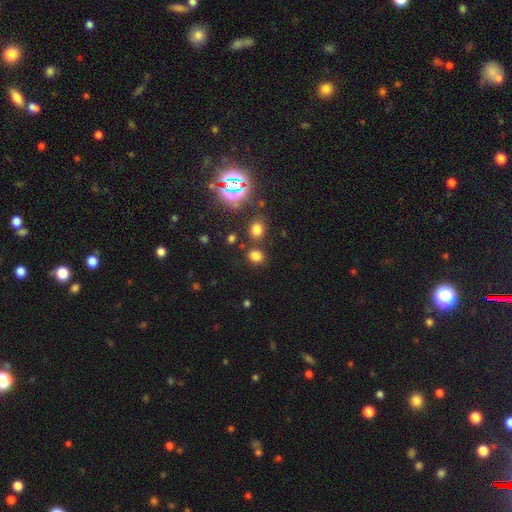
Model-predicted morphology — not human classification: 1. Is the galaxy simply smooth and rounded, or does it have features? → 72% smooth, 23% star or artifact, 5% featured or disk.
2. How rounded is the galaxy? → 64% round, 35% in between, 1% cigar-shaped.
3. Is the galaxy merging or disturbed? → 78% none, 10% merger, 9% minor disturbance, 4% major disturbance.